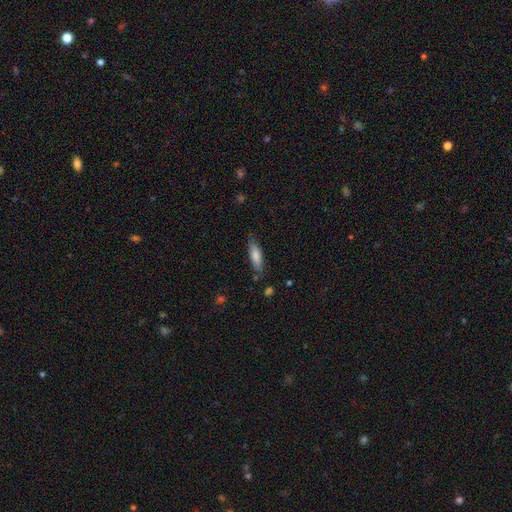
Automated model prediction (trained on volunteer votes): Smooth or featured? smooth (79%)
How rounded? cigar-shaped (54%)
Merging? none (78%)